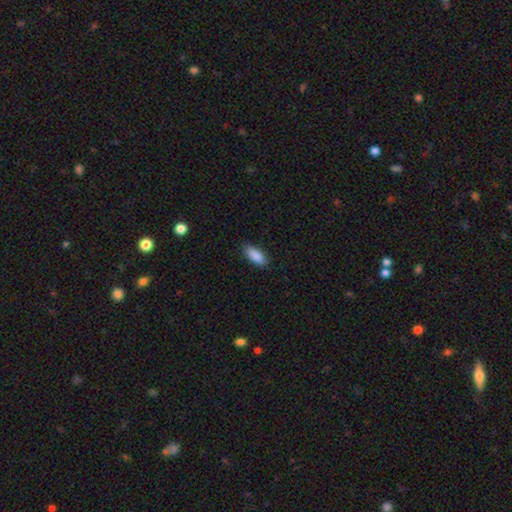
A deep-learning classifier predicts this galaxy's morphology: A smooth galaxy with no disk features (90%) that is in between round and cigar-shaped (79%). Merging: none (86%).